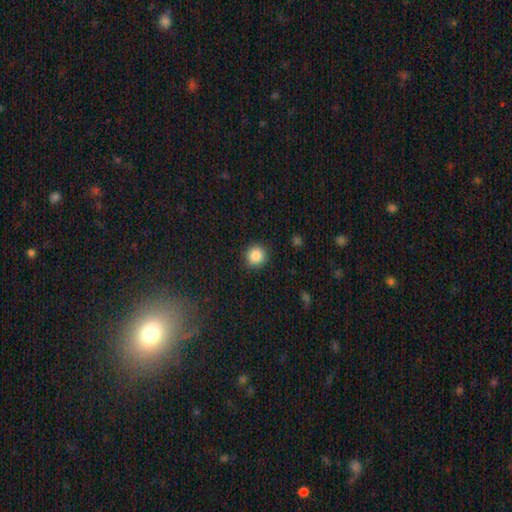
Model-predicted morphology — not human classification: The model was most divided on "smooth or featured": smooth: 87%, star or artifact: 9%, featured or disk: 4%. More confident: merging — none (90%); how rounded — round (89%).